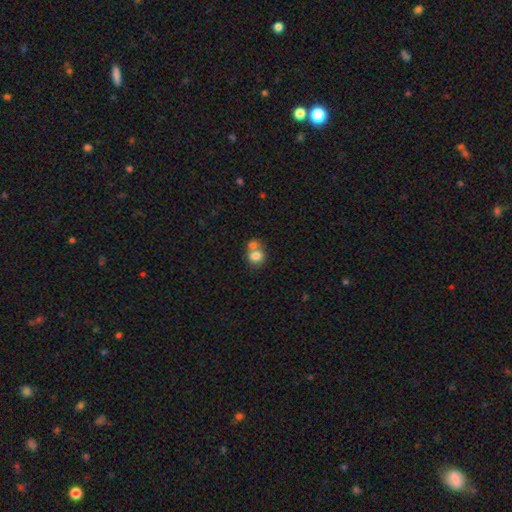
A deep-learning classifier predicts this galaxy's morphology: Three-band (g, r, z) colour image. It shows a smooth galaxy with no disk features (79%) that is round (67%). Merging: merger (52%).